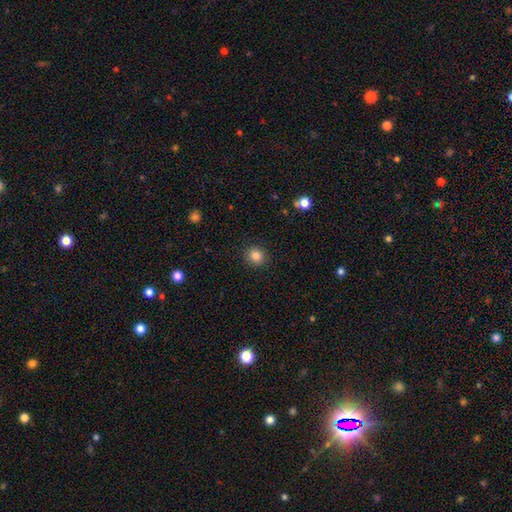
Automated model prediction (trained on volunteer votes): This is clearly a smooth galaxy (85%). How rounded: clearly round (91%). Merging: clearly none (91%).